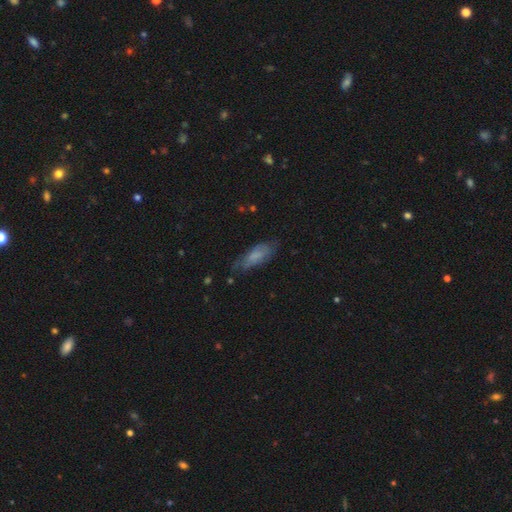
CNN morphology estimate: smooth_or_featured: smooth (p=0.66) [alt: featured or disk p=0.25]
how_rounded: in between (p=0.63) [alt: cigar-shaped p=0.35]
merging: none (p=0.60) [alt: minor disturbance p=0.28]